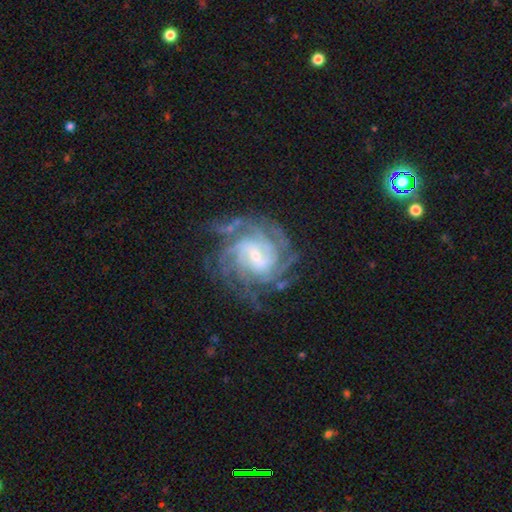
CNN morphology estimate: smooth-or-featured: featured or disk: 89% | star or artifact: 6% | smooth: 5%
  disk-edge-on: no: 98% | yes: 2%
    bar: weak: 47% | no: 37% | strong: 16%
    has-spiral-arms: yes: 98% | no: 2%
      spiral-winding: tight: 66% | medium: 29% | loose: 5%
      spiral-arm-count: 4: 32% | more than 4: 22% | can't tell: 20% | 3: 12% | 2: 8% | 1: 6%
    bulge-size: small: 67% | moderate: 26% | large: 3% | none: 2% | dominant: 1%
  merging: none: 73% | minor disturbance: 15% | major disturbance: 9% | merger: 2%